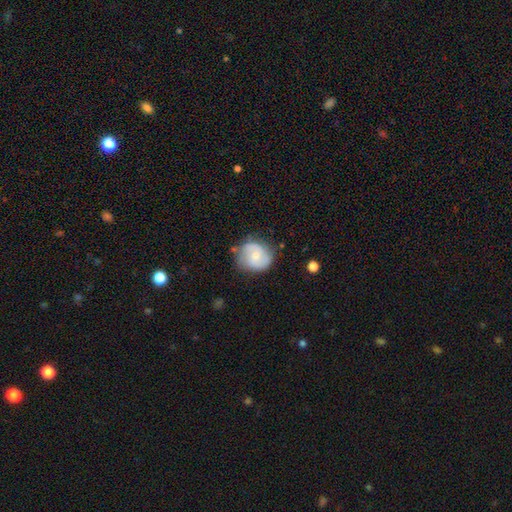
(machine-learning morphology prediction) Smooth or featured: featured or disk — 53% (smooth — 40%)
Edge-on disk: no — 98% (yes — 2%)
Bar: no — 59% (weak — 35%)
Spiral arms: yes — 84% (no — 16%)
Bulge size: small — 55% (moderate — 38%)
Merging: none — 66% (minor disturbance — 23%)